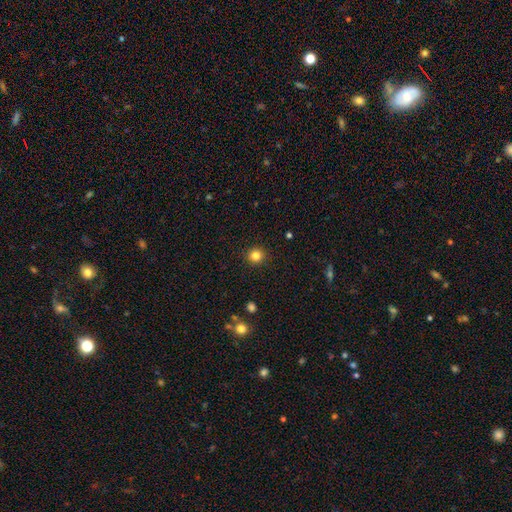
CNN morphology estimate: A smooth galaxy with no disk features (82%) that is round (93%).

Vote fractions:
- Smooth or featured? smooth: 82% / star or artifact: 13% / featured or disk: 5%
- How rounded? round: 93% / in between: 6% / cigar-shaped: 1%
- Merging? none: 92% / minor disturbance: 5% / major disturbance: 2% / merger: 1%